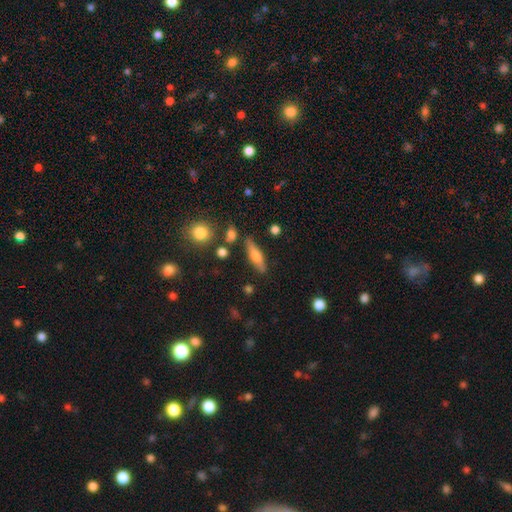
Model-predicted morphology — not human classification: Smooth or featured?
  - smooth: 51% *
  - featured or disk: 42%
  - star or artifact: 8%
How rounded?
  - cigar-shaped: 63% *
  - in between: 33%
  - round: 4%
Merging?
  - none: 81% *
  - minor disturbance: 11%
  - merger: 5%
  - major disturbance: 3%